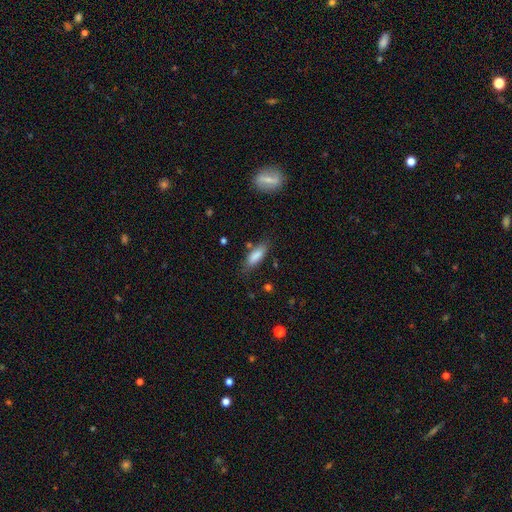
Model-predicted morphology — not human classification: Smooth or featured? Predicted: smooth (p=0.84). How rounded? Predicted: in between (p=0.65). Merging? Predicted: none (p=0.76).